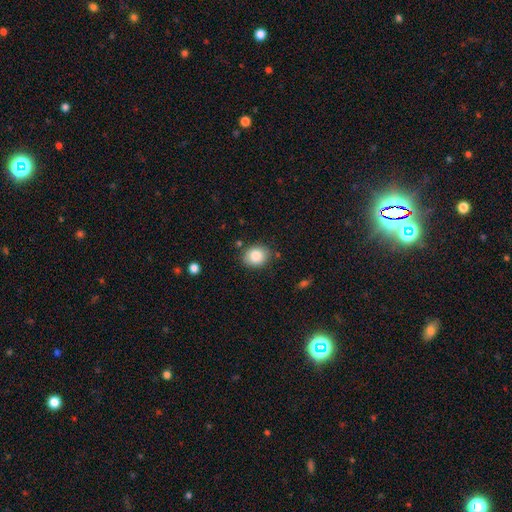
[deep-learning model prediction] Smooth or featured: smooth — 85% (star or artifact — 8%)
How rounded: round — 50% (in between — 49%)
Merging: none — 82% (minor disturbance — 13%)